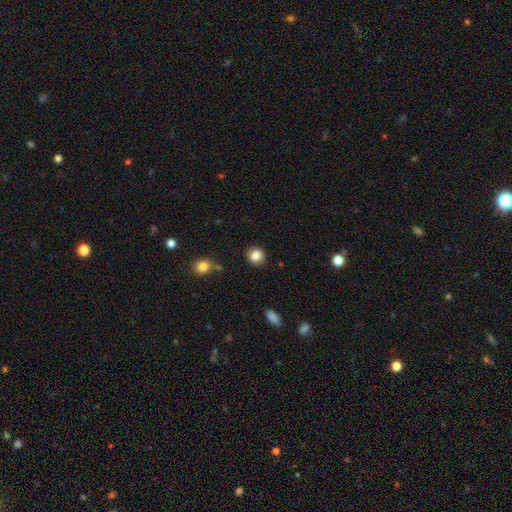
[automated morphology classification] A smooth galaxy with no disk features (85%) that is round (84%). Merging: none (87%).